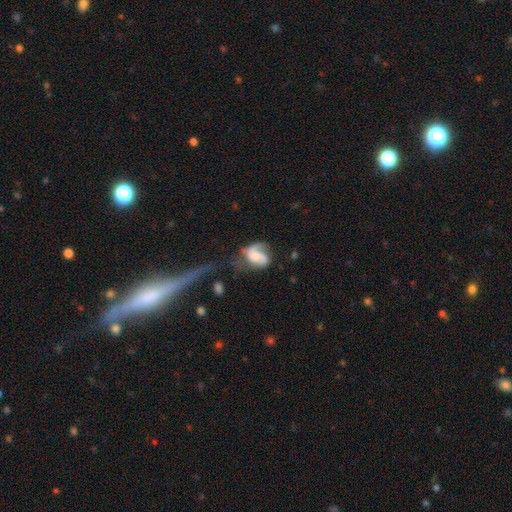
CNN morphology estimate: This is likely a featured or disk galaxy (65%). It is clearly not viewed edge-on (97%). Bar: likely no (61%). Spiral arm pattern: clearly yes (87%). Spiral arm count: possibly 2 (57%). Spiral winding: marginally medium (40%). Central bulge: marginally moderate (38%). Merging: marginally none (35%).